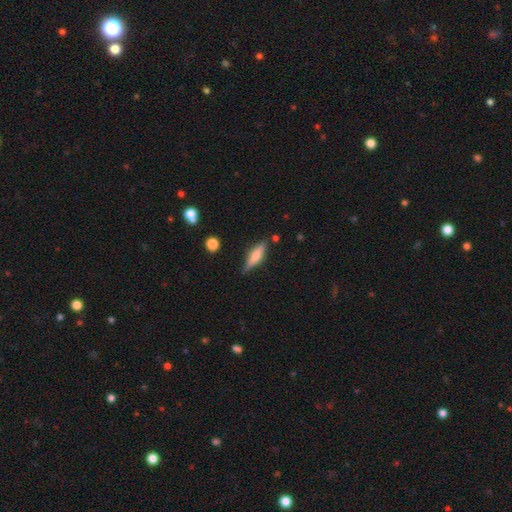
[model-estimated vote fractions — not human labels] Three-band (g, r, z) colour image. It shows a smooth galaxy with no disk features (51%) that is cigar-shaped (67%). Merging: none (81%).